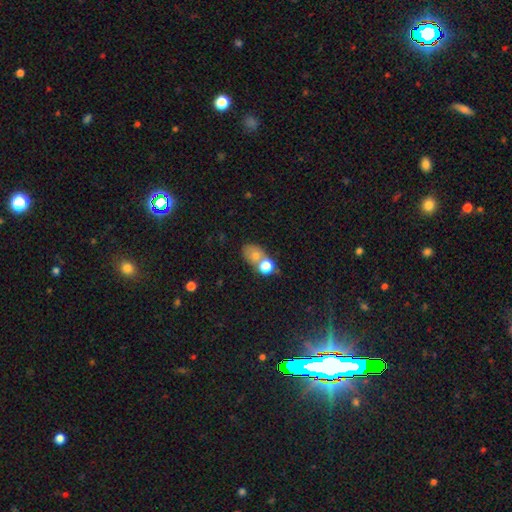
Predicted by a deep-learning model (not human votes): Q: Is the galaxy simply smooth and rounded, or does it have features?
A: smooth — 66%.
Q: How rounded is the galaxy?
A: in between — 59%.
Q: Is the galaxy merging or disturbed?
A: merger — 41%, tied with none.